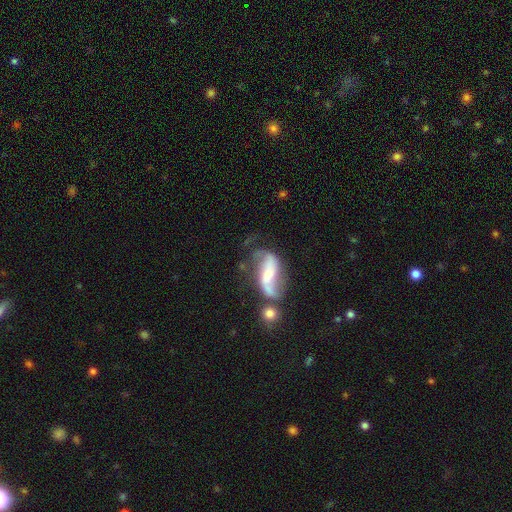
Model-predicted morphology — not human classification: A featured or disk galaxy (70%) with a weak bar (39%), spiral arms (82%) and a small central bulge (38%). Merging: none (41%).